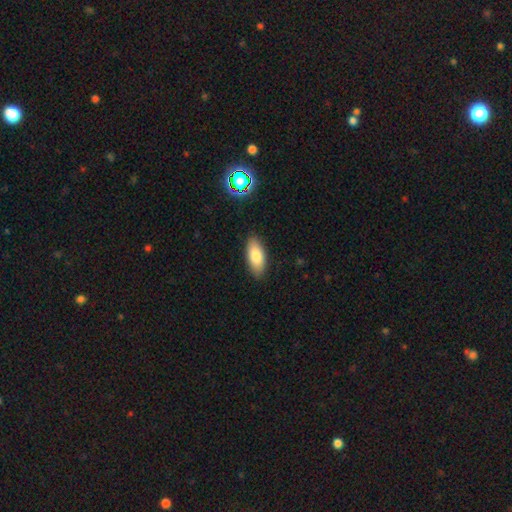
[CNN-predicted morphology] Smooth or featured: smooth — 81% (featured or disk — 11%)
How rounded: in between — 85% (cigar-shaped — 12%)
Merging: none — 87% (minor disturbance — 9%)